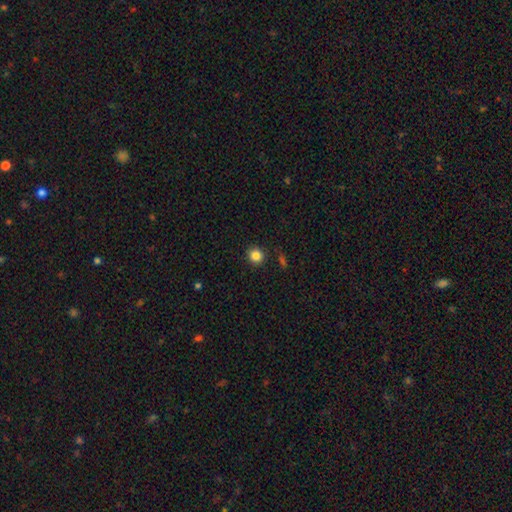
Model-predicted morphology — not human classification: smooth-or-featured: smooth: 84% | star or artifact: 11% | featured or disk: 5%
  how-rounded: round: 92% | in between: 7% | cigar-shaped: 1%
  merging: none: 89% | minor disturbance: 7% | major disturbance: 2% | merger: 2%